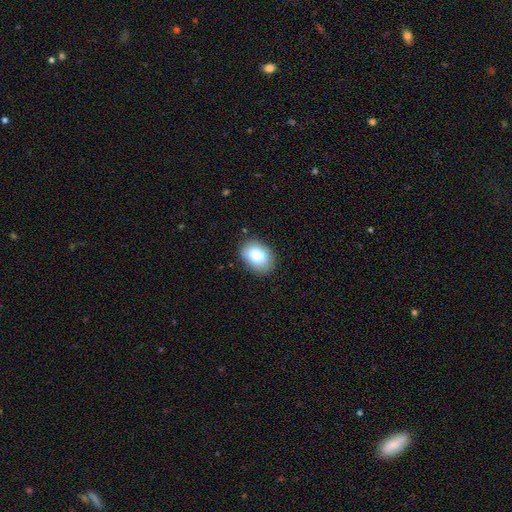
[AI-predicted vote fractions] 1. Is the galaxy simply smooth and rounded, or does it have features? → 83% smooth, 9% featured or disk, 8% star or artifact.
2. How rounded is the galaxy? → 78% in between, 21% round, 1% cigar-shaped.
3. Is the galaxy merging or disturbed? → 83% none, 13% minor disturbance, 3% major disturbance, 1% merger.